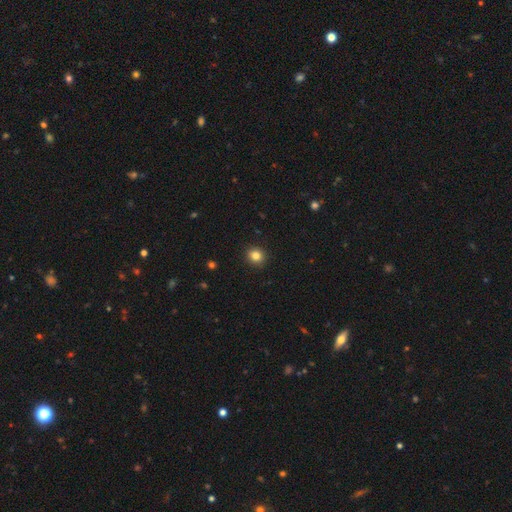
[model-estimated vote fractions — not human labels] A smooth galaxy with no disk features (83%) that is round (83%).

Vote fractions:
- Smooth or featured? smooth: 83% / star or artifact: 11% / featured or disk: 5%
- How rounded? round: 83% / in between: 16% / cigar-shaped: 1%
- Merging? none: 92% / minor disturbance: 5% / major disturbance: 2% / merger: 1%